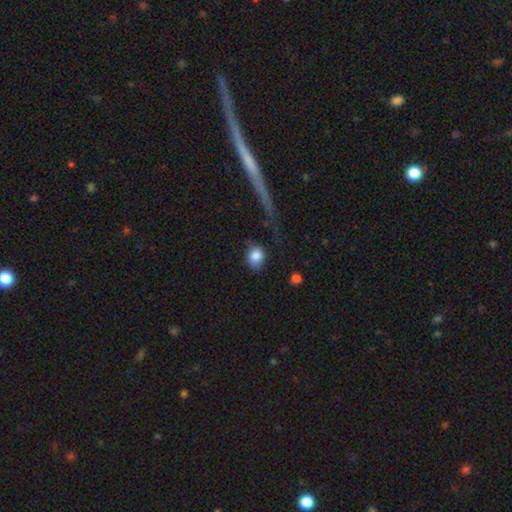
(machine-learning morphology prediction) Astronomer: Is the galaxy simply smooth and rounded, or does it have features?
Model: smooth — 83%.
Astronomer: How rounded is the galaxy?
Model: round — 52% (runner-up: in between, 46%).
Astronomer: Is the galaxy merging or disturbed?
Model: none — 54%.